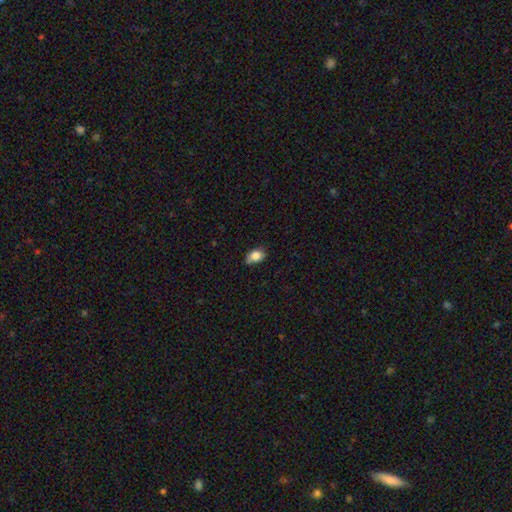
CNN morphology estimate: A smooth galaxy with no disk features (81%) that is in between round and cigar-shaped (80%).

Vote fractions:
- Smooth or featured? smooth: 81% / featured or disk: 10% / star or artifact: 9%
- How rounded? in between: 80% / round: 18% / cigar-shaped: 2%
- Merging? none: 64% / minor disturbance: 29% / major disturbance: 4% / merger: 3%